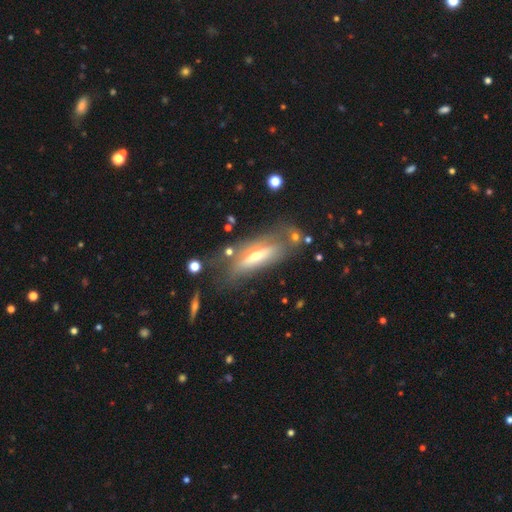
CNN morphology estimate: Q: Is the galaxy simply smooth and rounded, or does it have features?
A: featured or disk — 56%.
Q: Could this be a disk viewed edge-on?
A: yes — 58%.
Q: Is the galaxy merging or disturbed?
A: none — 58%.